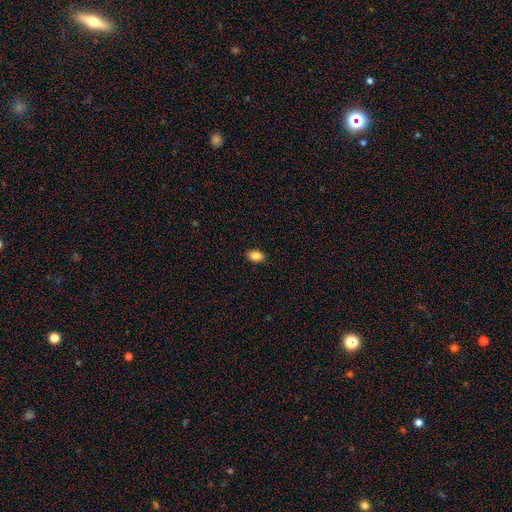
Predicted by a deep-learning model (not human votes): A smooth galaxy with no disk features (86%) that is in between round and cigar-shaped (84%).

Vote fractions:
- Smooth or featured? smooth: 86% / star or artifact: 9% / featured or disk: 5%
- How rounded? in between: 84% / round: 14% / cigar-shaped: 2%
- Merging? none: 88% / minor disturbance: 9% / major disturbance: 2% / merger: 1%